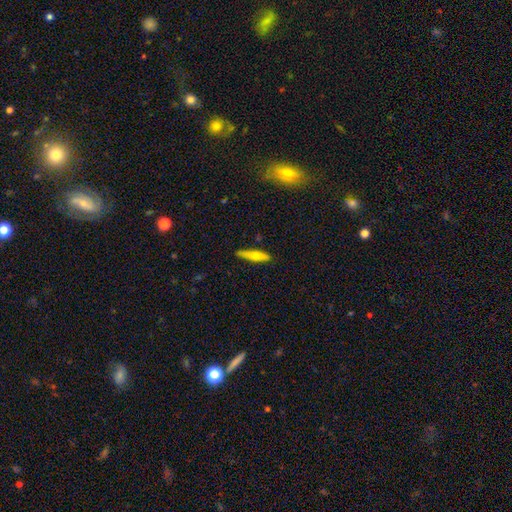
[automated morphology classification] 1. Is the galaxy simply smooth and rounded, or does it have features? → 64% smooth, 30% featured or disk, 6% star or artifact.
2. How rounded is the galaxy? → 85% cigar-shaped, 13% in between, 2% round.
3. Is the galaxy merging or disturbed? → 85% none, 12% minor disturbance, 2% major disturbance, 2% merger.